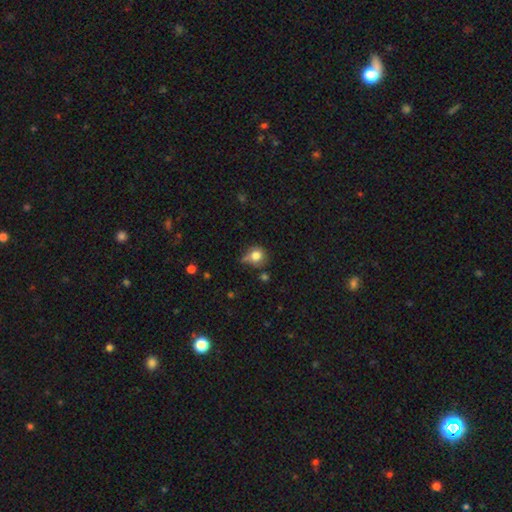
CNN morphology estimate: smooth_or_featured: smooth (p=0.80) [alt: star or artifact p=0.11]
how_rounded: round (p=0.82) [alt: in between p=0.17]
merging: none (p=0.54) [alt: minor disturbance p=0.26]